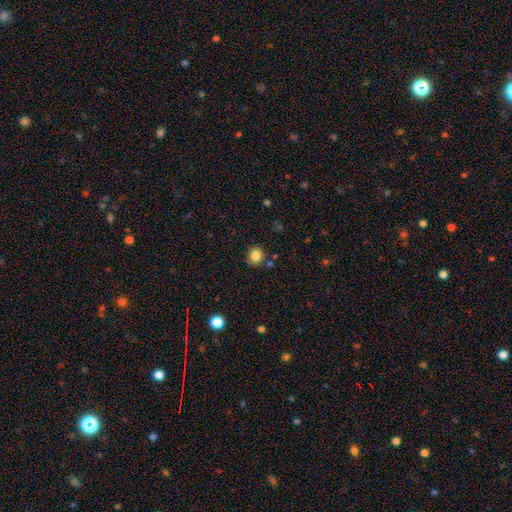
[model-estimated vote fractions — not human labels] smooth 84%, star or artifact 11%, featured or disk 5%. Down the decision tree: how rounded — round (78%); merging — none (83%).